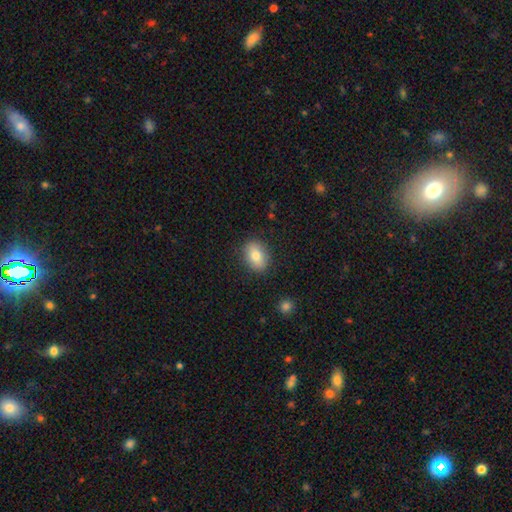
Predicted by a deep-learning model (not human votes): The model was most divided on "how rounded": in between: 76%, round: 22%, cigar-shaped: 2%. More confident: merging — none (86%); smooth or featured — smooth (79%).